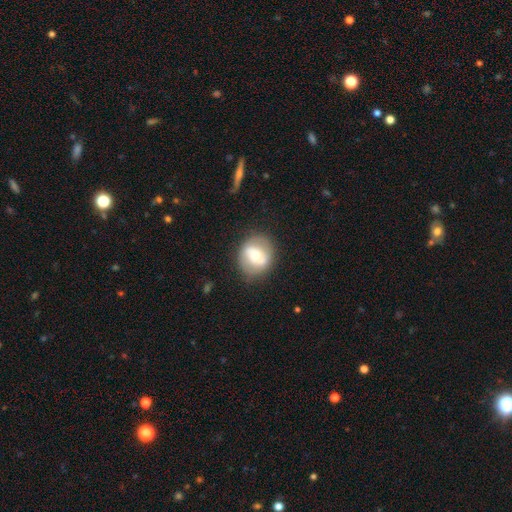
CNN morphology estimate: Smooth or featured: smooth — 48% (featured or disk — 44%)
Merging: none — 78% (minor disturbance — 14%)